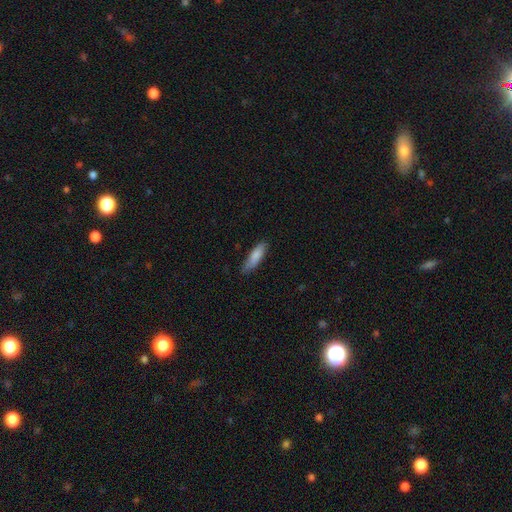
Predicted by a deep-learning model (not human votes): Smooth or featured? smooth (83%)
How rounded? cigar-shaped (62%)
Merging? none (76%)